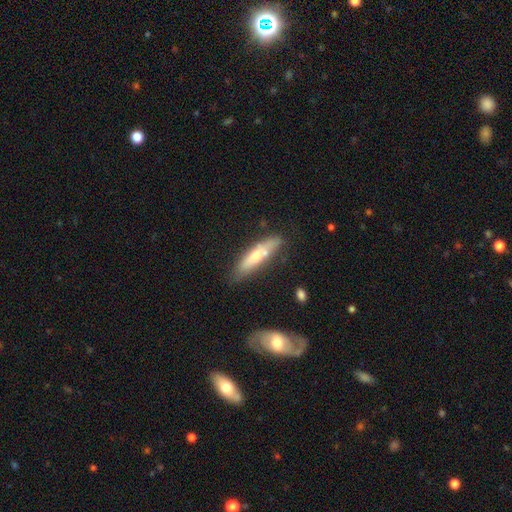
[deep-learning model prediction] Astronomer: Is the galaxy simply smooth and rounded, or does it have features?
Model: smooth — 54% (runner-up: featured or disk, 39%).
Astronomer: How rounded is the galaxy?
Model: cigar-shaped — 74%.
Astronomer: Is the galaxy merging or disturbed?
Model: none — 62%.